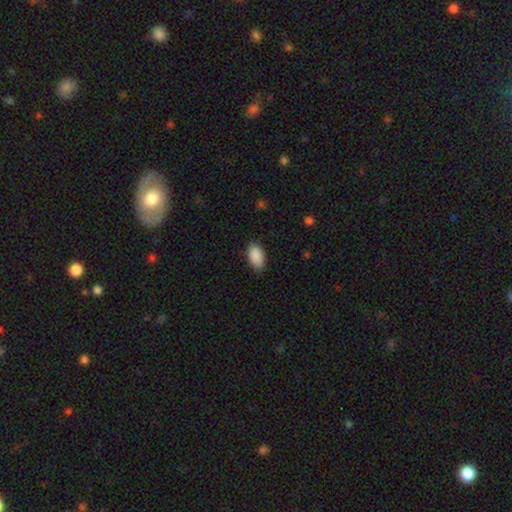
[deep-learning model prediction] Overall: smooth (90%). How rounded: in between (94%). Merging: none (84%).